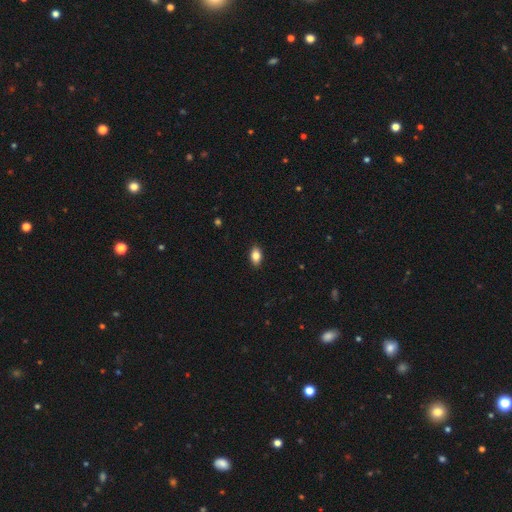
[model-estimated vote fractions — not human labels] Smooth or featured? Predicted: smooth (p=0.85). How rounded? Predicted: in between (p=0.89). Merging? Predicted: none (p=0.89).